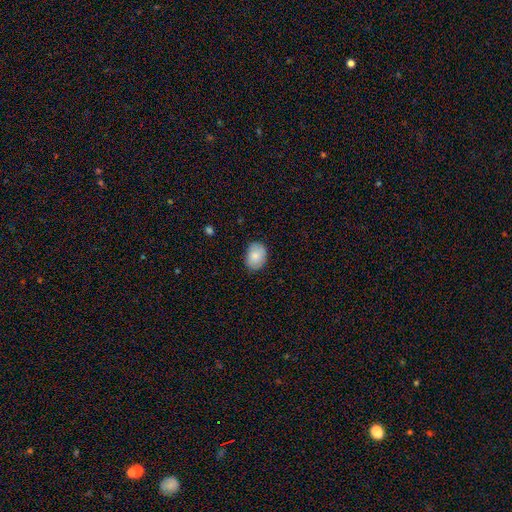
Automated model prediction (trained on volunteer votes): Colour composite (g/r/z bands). It shows a smooth galaxy with no disk features (85%) that is in between round and cigar-shaped (73%). Merging: none (81%).